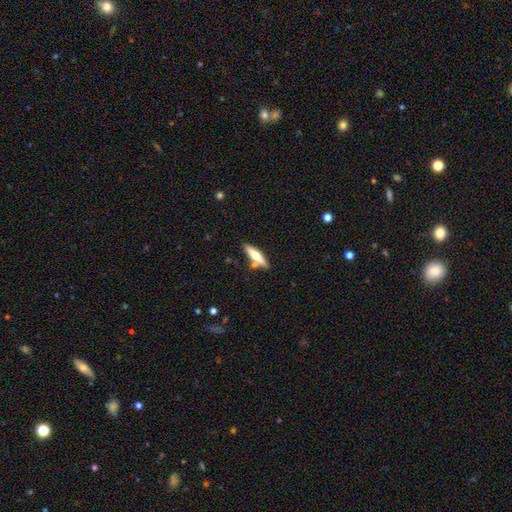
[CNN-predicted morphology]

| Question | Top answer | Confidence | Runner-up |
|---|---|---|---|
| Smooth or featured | smooth | 54% | featured or disk (41%) |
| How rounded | cigar-shaped | 76% | in between (22%) |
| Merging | none | 74% | minor disturbance (12%) |